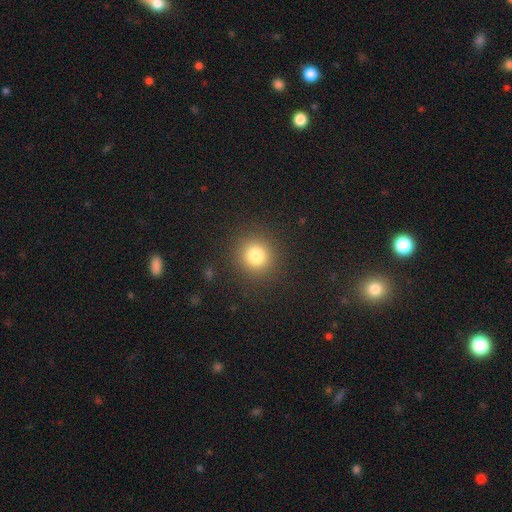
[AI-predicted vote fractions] This appears to be a smooth galaxy with no disk features (80%) that is round (92%). Merging: none (90%).